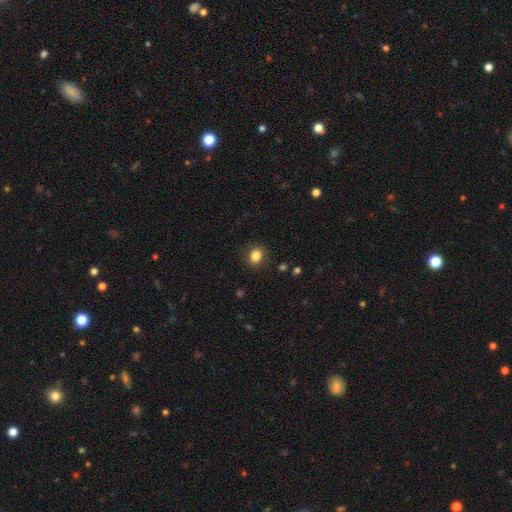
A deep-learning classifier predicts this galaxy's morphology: Smooth or featured? Predicted: smooth (p=0.85). How rounded? Predicted: in between (p=0.54). Merging? Predicted: none (p=0.87).